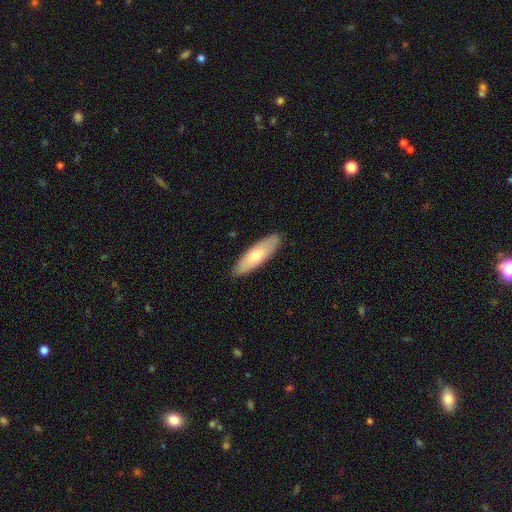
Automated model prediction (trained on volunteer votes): A smooth galaxy with no disk features (65%) that is cigar-shaped (49%, tied with in between). Merging: none (89%).